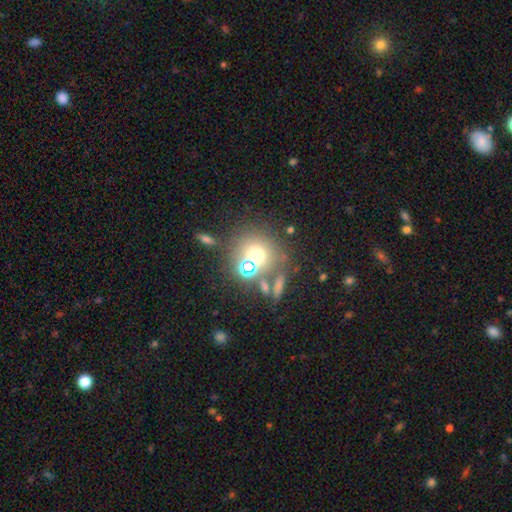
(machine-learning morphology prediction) A smooth galaxy with no disk features (61%) that is round (87%). Merging: none (65%).